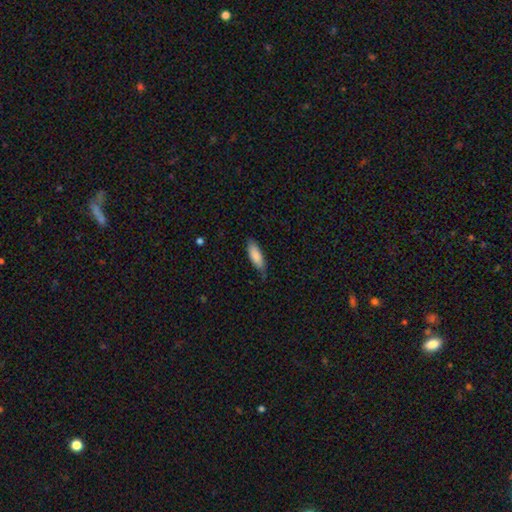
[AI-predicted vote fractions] Smooth or featured? Predicted: smooth (p=0.86). How rounded? Predicted: in between (p=0.57). Merging? Predicted: none (p=0.73).